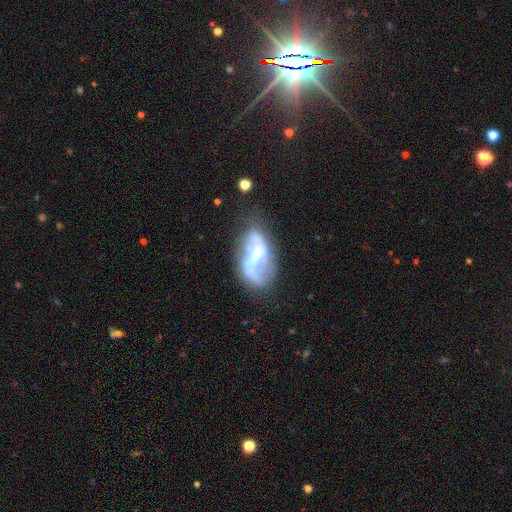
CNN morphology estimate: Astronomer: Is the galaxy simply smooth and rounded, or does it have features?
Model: featured or disk — 71%.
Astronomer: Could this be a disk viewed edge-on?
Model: no — 95%.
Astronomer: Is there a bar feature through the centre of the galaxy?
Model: weak — 39% (runner-up: strong, 38%).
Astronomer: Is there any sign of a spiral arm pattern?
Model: yes — 73%.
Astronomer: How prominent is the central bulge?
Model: small — 34% (runner-up: moderate, 33%).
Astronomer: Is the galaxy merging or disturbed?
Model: none — 51%.